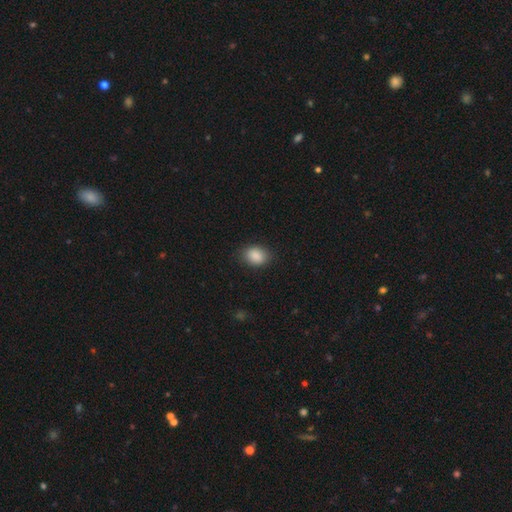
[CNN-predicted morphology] Smooth or featured?
  - smooth: 88% *
  - star or artifact: 8%
  - featured or disk: 4%
How rounded?
  - in between: 68% *
  - round: 31%
  - cigar-shaped: 1%
Merging?
  - none: 84% *
  - minor disturbance: 12%
  - major disturbance: 3%
  - merger: 1%